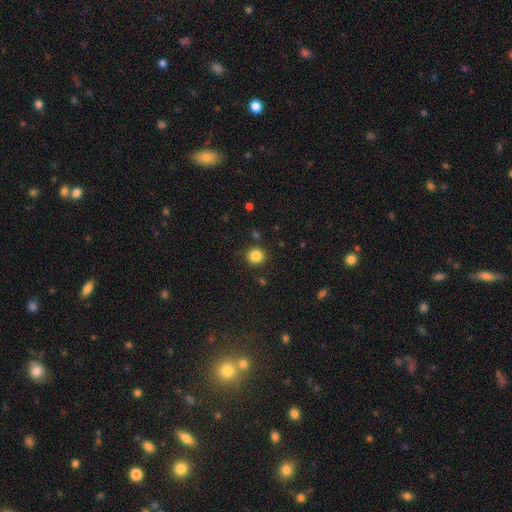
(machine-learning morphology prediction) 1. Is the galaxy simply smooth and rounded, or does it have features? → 85% smooth, 11% star or artifact, 4% featured or disk.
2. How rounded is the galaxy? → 91% round, 8% in between, 1% cigar-shaped.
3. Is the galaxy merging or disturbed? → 89% none, 7% minor disturbance, 2% merger, 2% major disturbance.